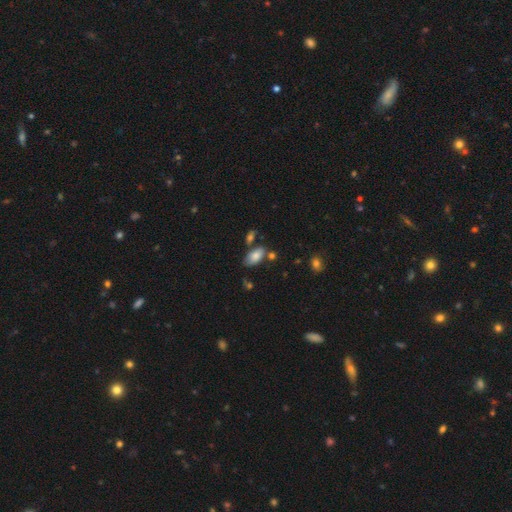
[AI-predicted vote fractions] Overall: smooth (79%). How rounded: in between (93%). Merging: none (59%; minor disturbance 21%).